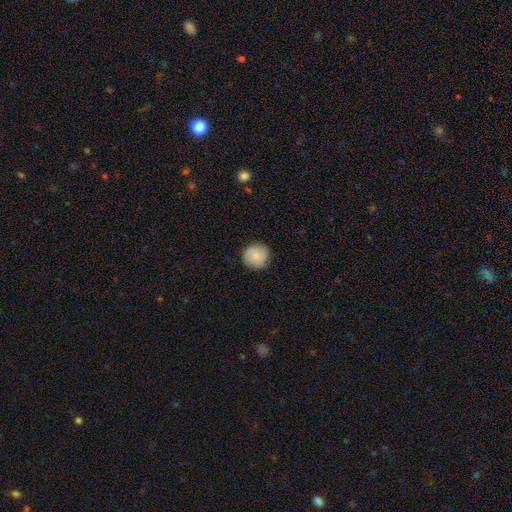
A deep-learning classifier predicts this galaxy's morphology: Smooth or featured: smooth — 80% (featured or disk — 13%)
How rounded: round — 93% (in between — 6%)
Merging: none — 86% (minor disturbance — 11%)